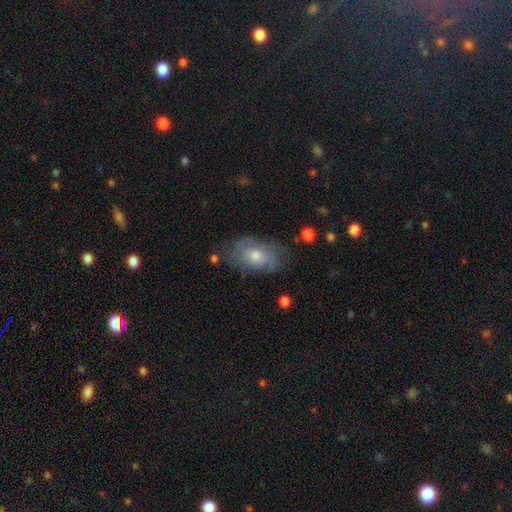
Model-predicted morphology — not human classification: A smooth galaxy with no disk features (59%) that is in between round and cigar-shaped (89%). Merging: none (67%).